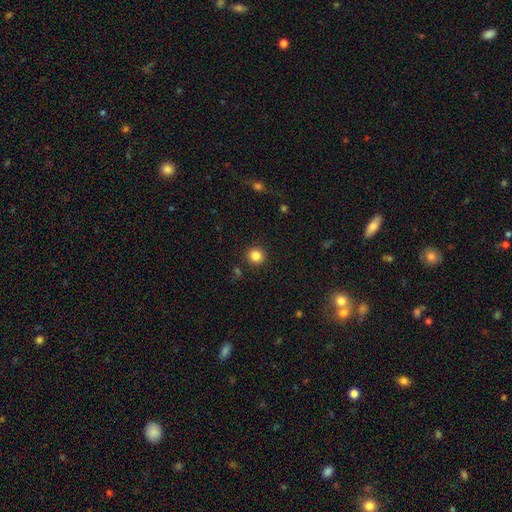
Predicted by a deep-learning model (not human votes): The model was most divided on "smooth or featured": smooth: 84%, star or artifact: 11%, featured or disk: 5%. More confident: how rounded — round (92%); merging — none (91%).